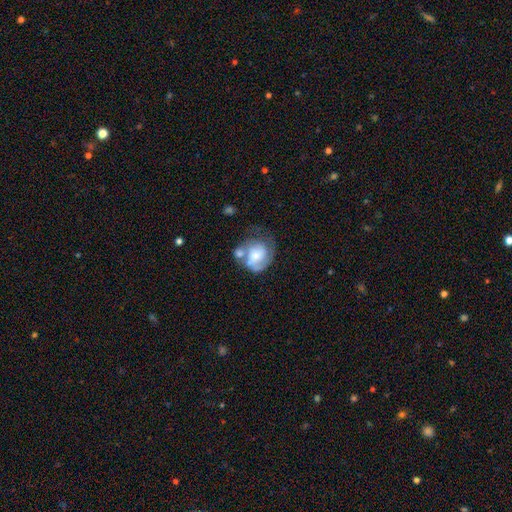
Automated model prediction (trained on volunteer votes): A featured or disk galaxy (55%) with no bar (71%), spiral arms (76%) and a moderate central bulge (42%). Merging: none (33%).